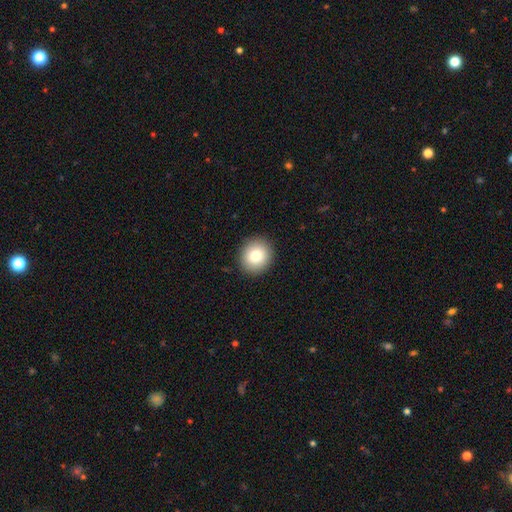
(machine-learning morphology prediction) Smooth or featured?
  - smooth: 80% *
  - featured or disk: 10%
  - star or artifact: 10%
How rounded?
  - round: 86% *
  - in between: 13%
  - cigar-shaped: 1%
Merging?
  - none: 91% *
  - minor disturbance: 6%
  - major disturbance: 2%
  - merger: 1%